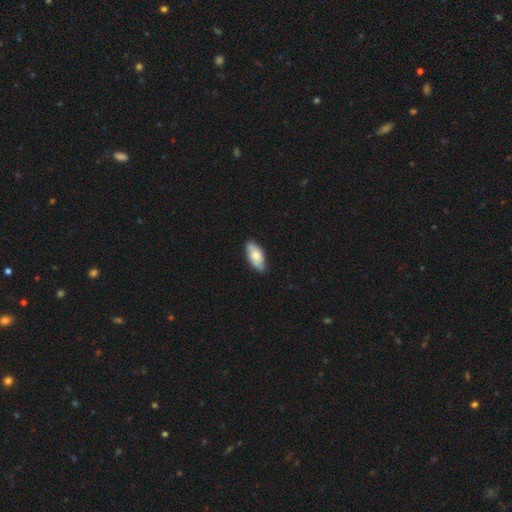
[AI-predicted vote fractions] Smooth or featured? Predicted: smooth (p=0.63). How rounded? Predicted: in between (p=0.88). Merging? Predicted: none (p=0.82).